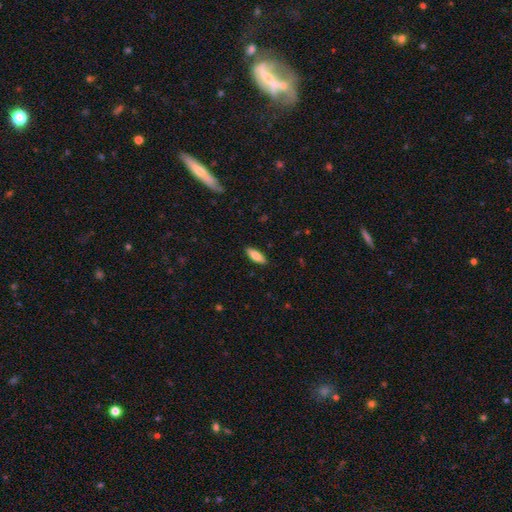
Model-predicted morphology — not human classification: A smooth galaxy with no disk features (78%) that is in between round and cigar-shaped (70%).

Vote fractions:
- Smooth or featured? smooth: 78% / featured or disk: 16% / star or artifact: 6%
- How rounded? in between: 70% / cigar-shaped: 28% / round: 2%
- Merging? none: 89% / minor disturbance: 8% / major disturbance: 2% / merger: 1%